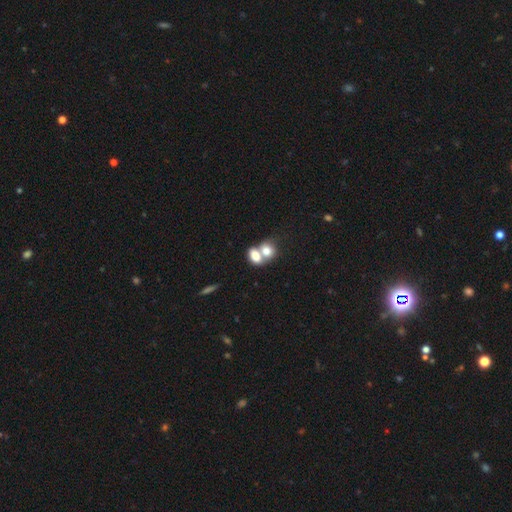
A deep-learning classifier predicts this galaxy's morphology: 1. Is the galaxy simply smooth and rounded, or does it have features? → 75% smooth, 16% featured or disk, 8% star or artifact.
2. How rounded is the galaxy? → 67% in between, 31% round, 2% cigar-shaped.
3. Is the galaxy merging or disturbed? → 69% merger, 21% none, 6% minor disturbance, 4% major disturbance.